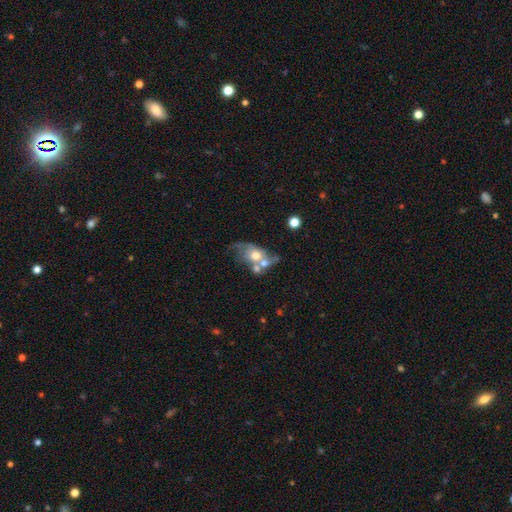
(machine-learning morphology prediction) Smooth or featured: featured or disk — 54% (smooth — 37%)
Edge-on disk: no — 94% (yes — 6%)
Bar: no — 83% (weak — 14%)
Spiral arms: no — 50% (tied with yes — 50%)
Bulge size: moderate — 58% (large — 19%)
Merging: merger — 46% (none — 23%)